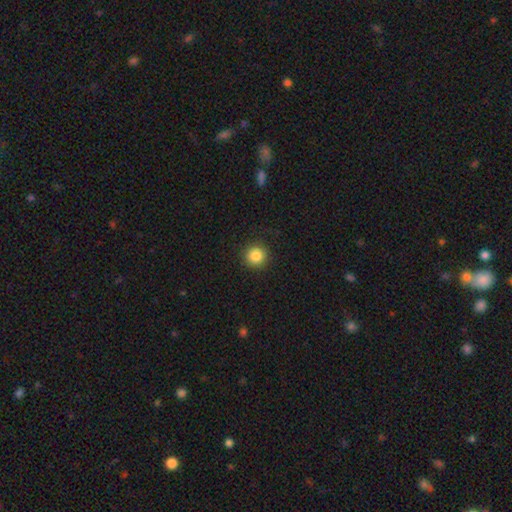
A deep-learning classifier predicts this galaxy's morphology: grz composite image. It shows a smooth galaxy with no disk features (85%) that is round (94%). Merging: none (91%).